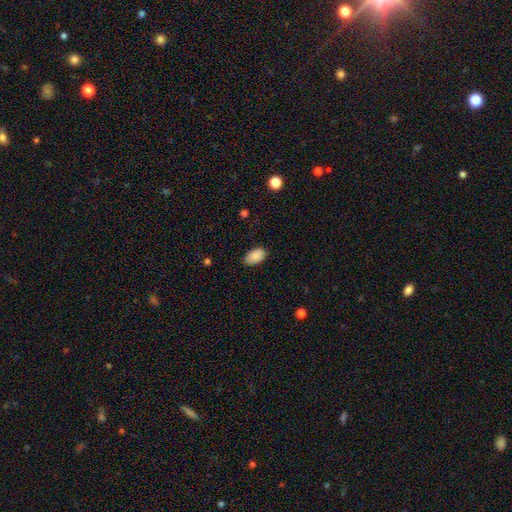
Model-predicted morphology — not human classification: The model was most divided on "merging": none: 80%, minor disturbance: 16%, major disturbance: 3%, merger: 1%. More confident: how rounded — in between (94%); smooth or featured — smooth (89%).